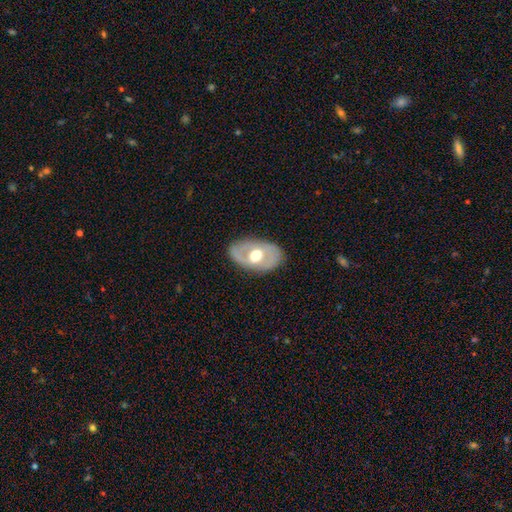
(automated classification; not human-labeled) smooth_or_featured: featured or disk (p=0.63) [alt: smooth p=0.31]
disk_edge_on: no (p=0.91) [alt: yes p=0.09]
bar: no (p=0.62) [alt: weak p=0.29]
has_spiral_arms: no (p=0.60) [alt: yes p=0.40]
bulge_size: moderate (p=0.66) [alt: large p=0.26]
merging: none (p=0.79) [alt: minor disturbance p=0.15]